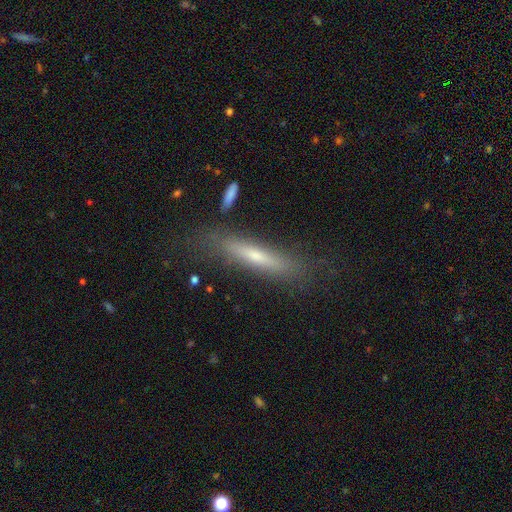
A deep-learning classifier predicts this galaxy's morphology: Smooth or featured: smooth — 52% (featured or disk — 40%)
How rounded: cigar-shaped — 88% (in between — 10%)
Merging: none — 76% (minor disturbance — 14%)